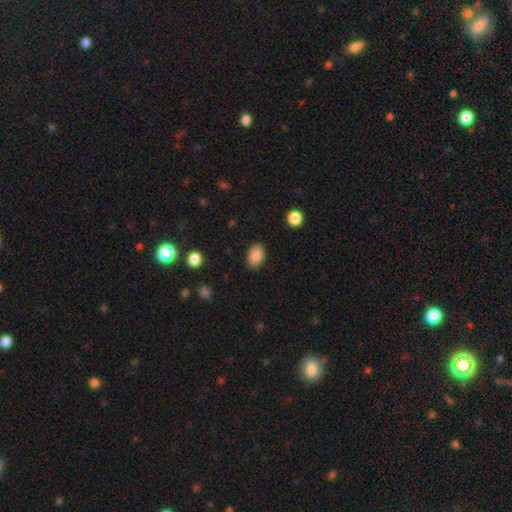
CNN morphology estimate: This is clearly a smooth galaxy (86%). How rounded: clearly in between (84%). Merging: clearly none (87%).